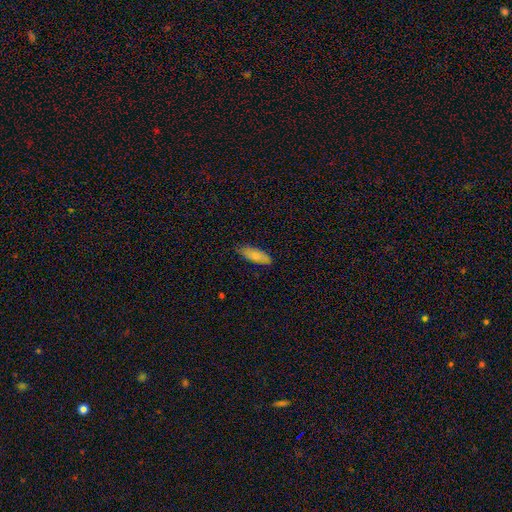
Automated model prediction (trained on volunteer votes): smooth-or-featured: smooth: 83% | featured or disk: 10% | star or artifact: 7%
  how-rounded: in between: 66% | cigar-shaped: 32% | round: 2%
  merging: none: 73% | minor disturbance: 22% | major disturbance: 4% | merger: 1%